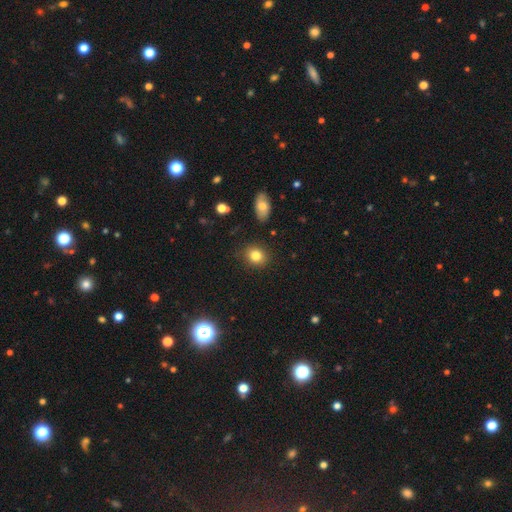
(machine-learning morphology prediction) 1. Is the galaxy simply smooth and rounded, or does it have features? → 83% smooth, 11% star or artifact, 7% featured or disk.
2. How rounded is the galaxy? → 68% round, 31% in between, 1% cigar-shaped.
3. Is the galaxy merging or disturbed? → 87% none, 8% minor disturbance, 2% major disturbance, 2% merger.